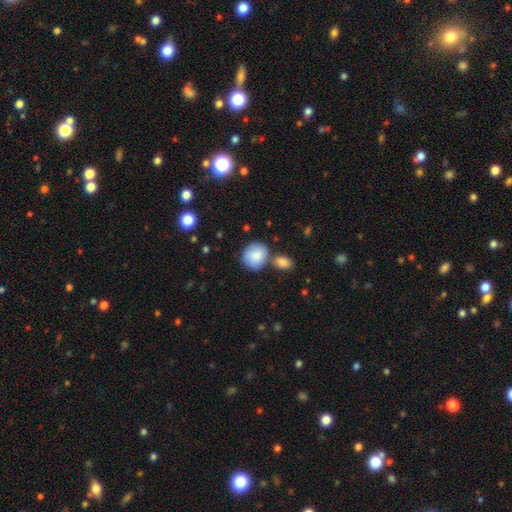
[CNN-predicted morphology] Smooth or featured? Predicted: smooth (p=0.86). How rounded? Predicted: round (p=0.73). Merging? Predicted: none (p=0.60).